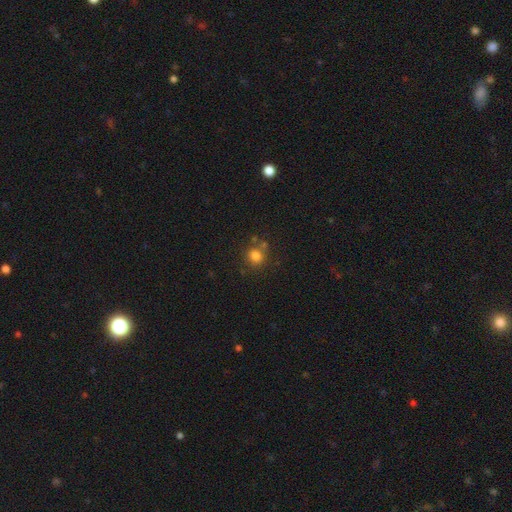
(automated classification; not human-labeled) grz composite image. It shows a smooth galaxy with no disk features (79%) that is round (82%). Merging: none (68%).